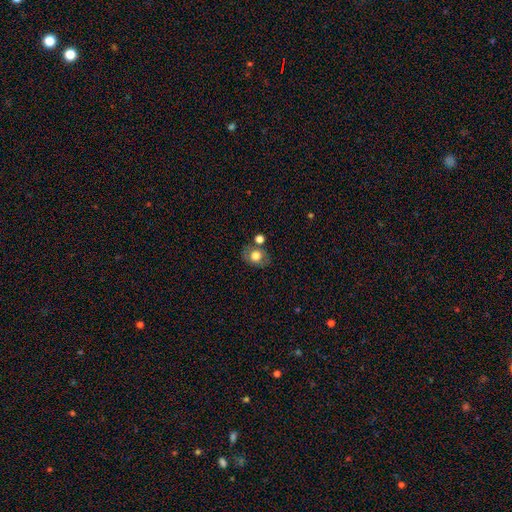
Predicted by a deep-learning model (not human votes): smooth-or-featured: smooth: 69% | featured or disk: 21% | star or artifact: 9%
  how-rounded: round: 52% | in between: 47% | cigar-shaped: 1%
  merging: none: 66% | minor disturbance: 15% | merger: 14% | major disturbance: 5%